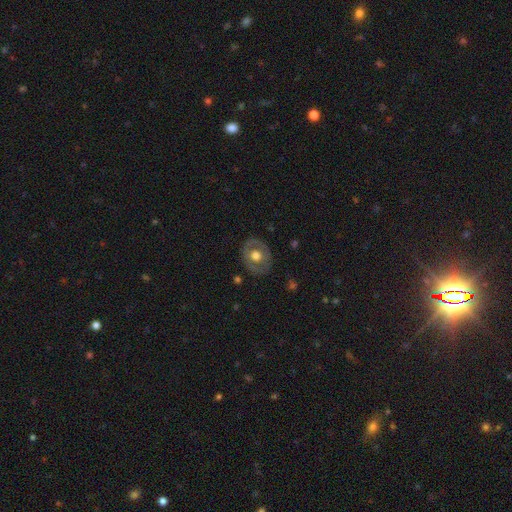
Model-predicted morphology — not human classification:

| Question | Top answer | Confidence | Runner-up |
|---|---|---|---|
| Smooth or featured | featured or disk | 49% | smooth (45%) |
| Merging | none | 81% | minor disturbance (13%) |